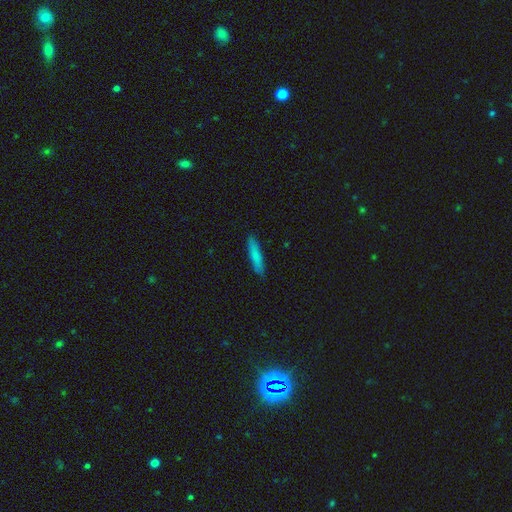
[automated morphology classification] smooth_or_featured: smooth (p=0.79) [alt: featured or disk p=0.15]
how_rounded: cigar-shaped (p=0.87) [alt: in between p=0.11]
merging: none (p=0.89) [alt: minor disturbance p=0.09]